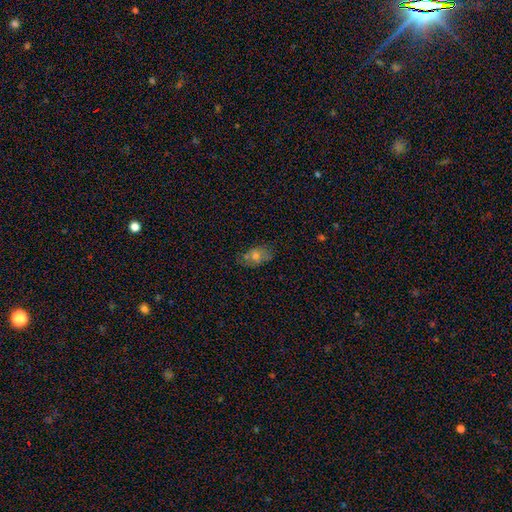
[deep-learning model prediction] Smooth or featured?
  - smooth: 49% *
  - featured or disk: 33%
  - star or artifact: 18%
Merging?
  - none: 72% *
  - minor disturbance: 20%
  - major disturbance: 6%
  - merger: 2%